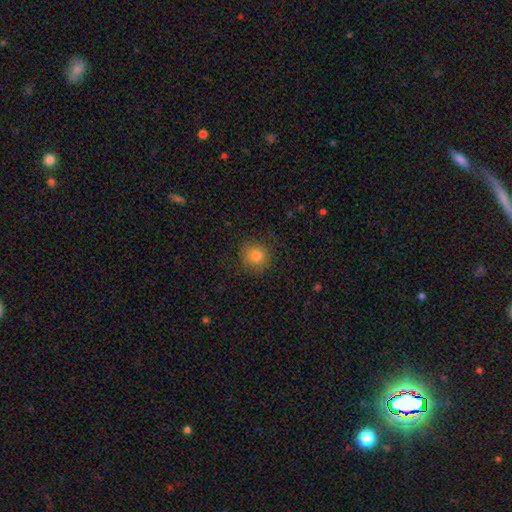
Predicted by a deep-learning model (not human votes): Q: Smooth or featured?
A: smooth (80%); runner-up: star or artifact (12%)
Q: How rounded?
A: round (92%); runner-up: in between (7%)
Q: Merging?
A: none (86%); runner-up: minor disturbance (10%)